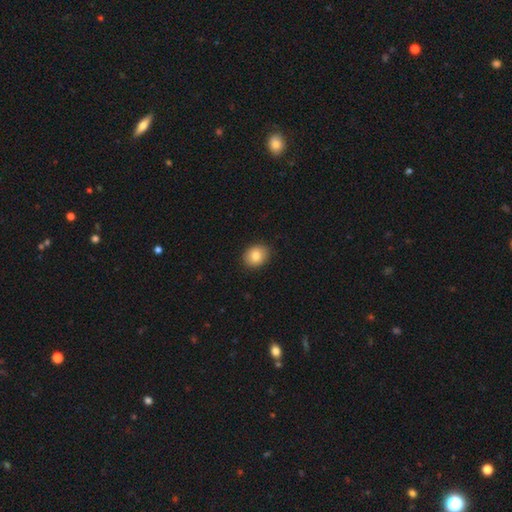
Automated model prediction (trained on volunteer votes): A smooth galaxy with no disk features (83%) that is in between round and cigar-shaped (50%).

Vote fractions:
- Smooth or featured? smooth: 83% / featured or disk: 9% / star or artifact: 8%
- How rounded? in between: 50% / round: 49% / cigar-shaped: 1%
- Merging? none: 89% / minor disturbance: 8% / major disturbance: 2% / merger: 1%